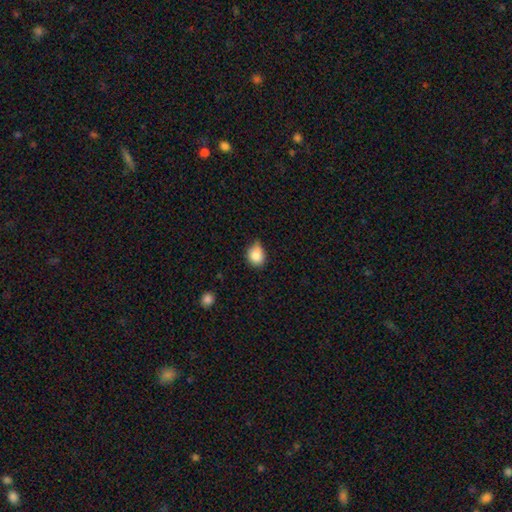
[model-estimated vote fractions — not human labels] smooth-or-featured: smooth: 84% | star or artifact: 10% | featured or disk: 6%
  how-rounded: round: 63% | in between: 36% | cigar-shaped: 1%
  merging: none: 53% | minor disturbance: 38% | major disturbance: 6% | merger: 3%